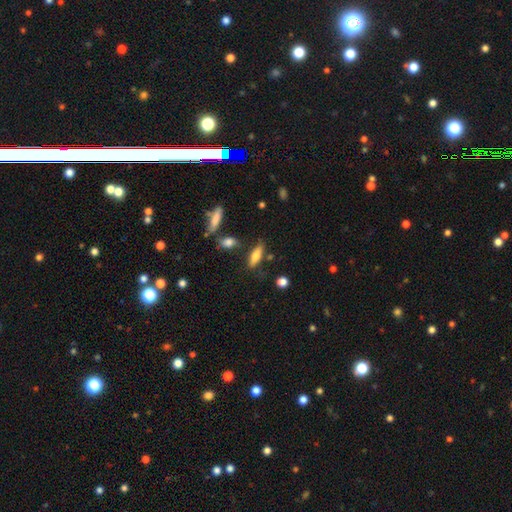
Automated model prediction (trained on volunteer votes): The model was most divided on "how rounded": in between: 51%, cigar-shaped: 47%, round: 2%. More confident: smooth or featured — smooth (74%); merging — none (72%).